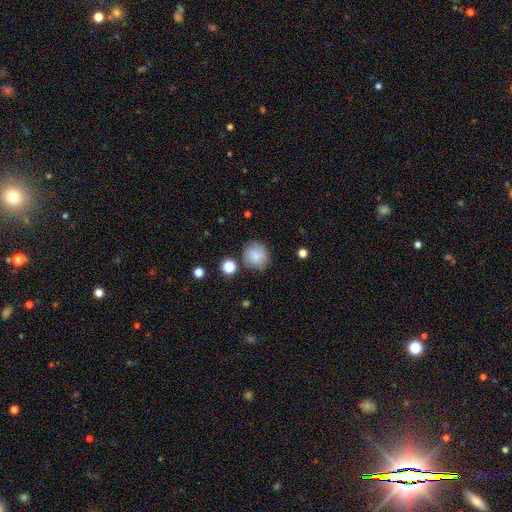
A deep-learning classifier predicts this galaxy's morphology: A smooth galaxy with no disk features (77%) that is round (87%). Merging: none (72%).